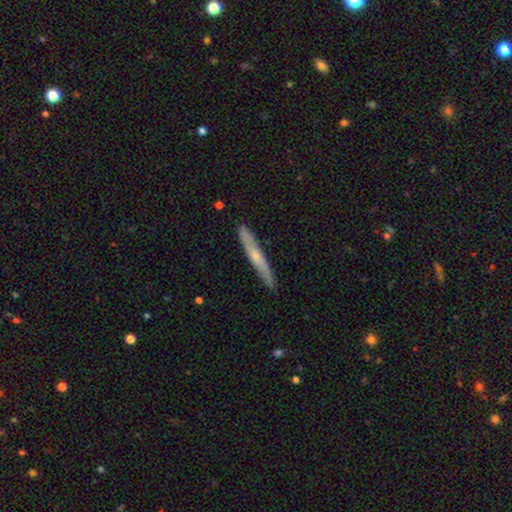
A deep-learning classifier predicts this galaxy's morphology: Smooth or featured? featured or disk (50%)
Edge-on disk? yes (88%)
Merging? none (86%)